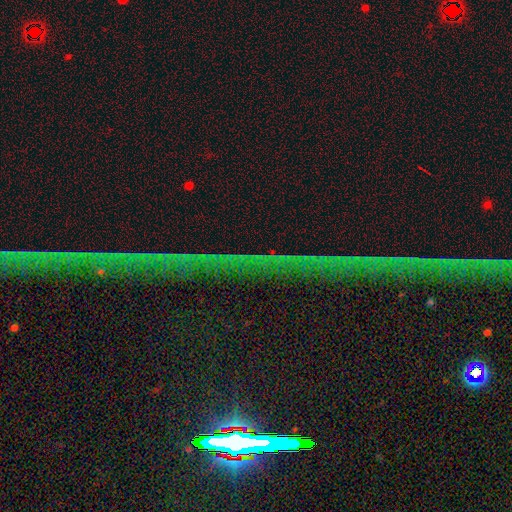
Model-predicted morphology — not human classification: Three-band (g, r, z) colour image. It shows a star or artifact, not a galaxy (75%).